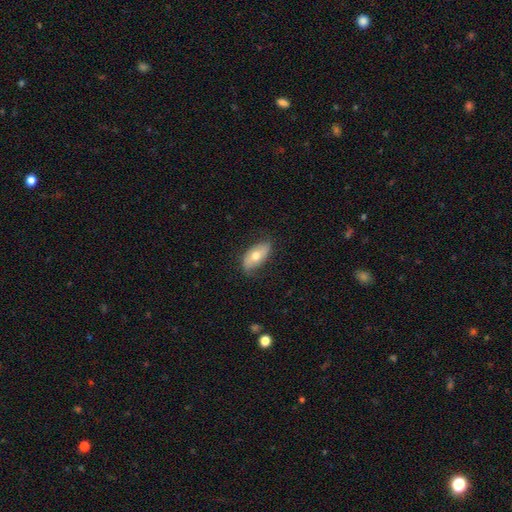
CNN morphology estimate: Smooth or featured? smooth (62%)
How rounded? in between (91%)
Merging? none (72%)